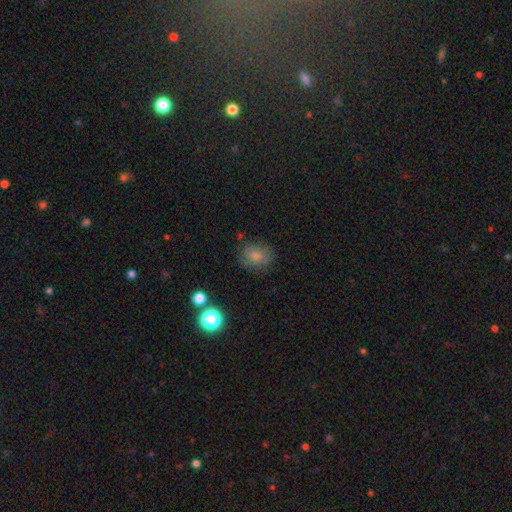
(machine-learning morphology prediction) Smooth or featured? smooth (79%)
How rounded? round (55%)
Merging? none (73%)